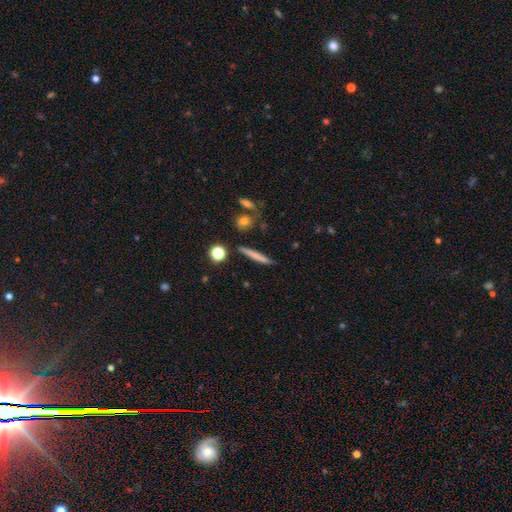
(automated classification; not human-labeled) This appears to be a smooth galaxy with no disk features (64%) that is cigar-shaped (90%). Merging: none (84%).